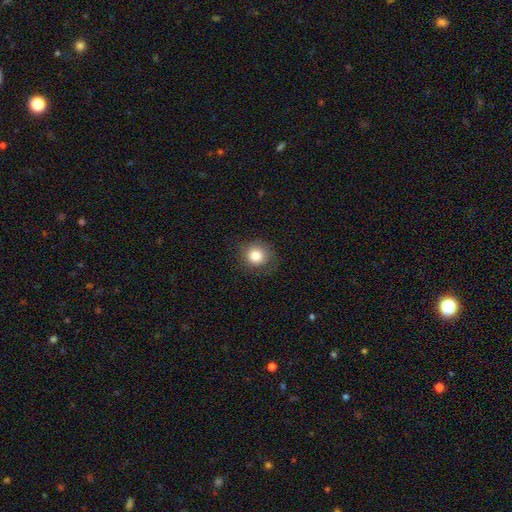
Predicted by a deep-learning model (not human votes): This appears to be a smooth galaxy with no disk features (82%) that is round (86%). Merging: none (77%).